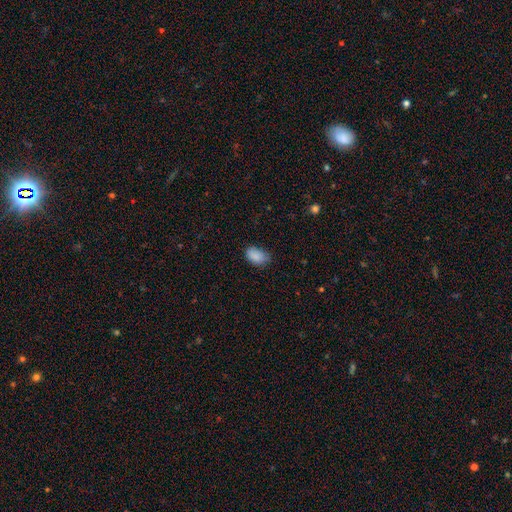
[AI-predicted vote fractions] smooth_or_featured: smooth (p=0.88) [alt: star or artifact p=0.08]
how_rounded: in between (p=0.89) [alt: round p=0.10]
merging: none (p=0.66) [alt: minor disturbance p=0.28]